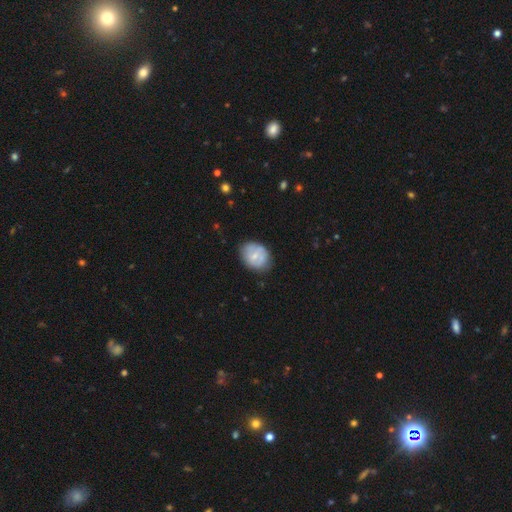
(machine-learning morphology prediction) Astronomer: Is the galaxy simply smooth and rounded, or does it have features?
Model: smooth — 54% (runner-up: featured or disk, 39%).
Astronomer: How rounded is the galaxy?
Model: in between — 51% (runner-up: round, 48%).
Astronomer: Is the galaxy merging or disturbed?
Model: none — 66%.